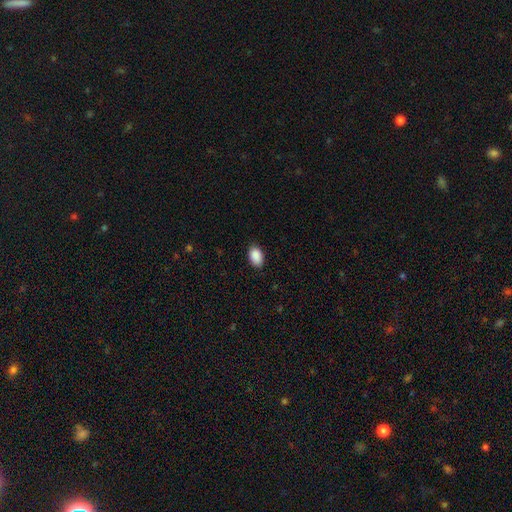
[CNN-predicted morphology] The model was most divided on "merging": none: 86%, minor disturbance: 11%, major disturbance: 2%, merger: 1%. More confident: smooth or featured — smooth (90%); how rounded — in between (90%).